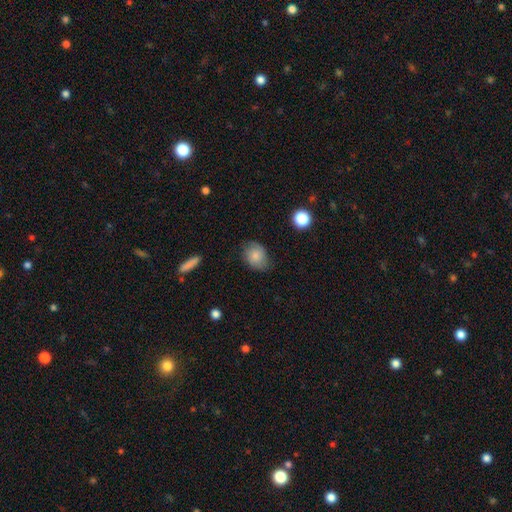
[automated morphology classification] smooth 75%, featured or disk 17%, star or artifact 8%. Down the decision tree: how rounded — in between (64%); merging — none (68%).